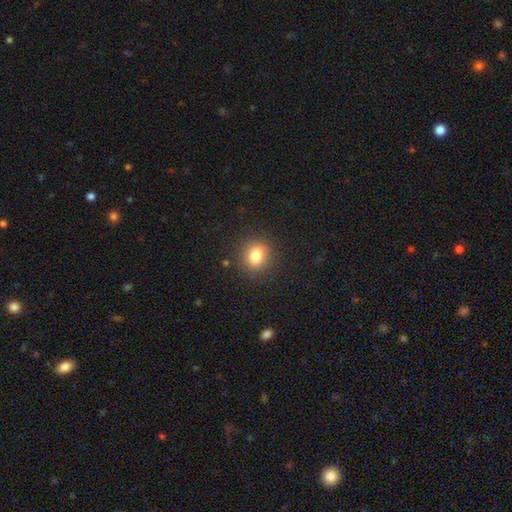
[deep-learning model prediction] This appears to be a smooth galaxy with no disk features (81%) that is round (75%). Merging: none (88%).